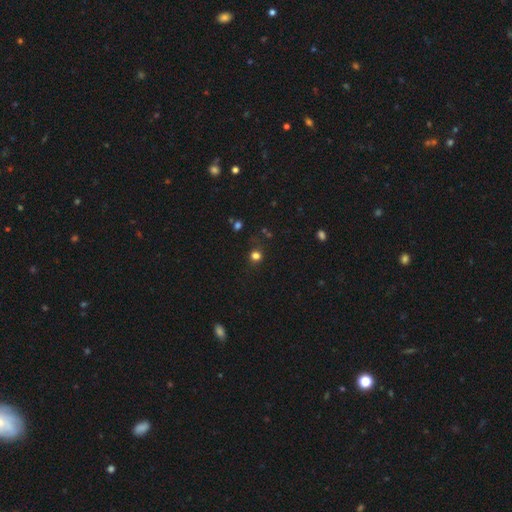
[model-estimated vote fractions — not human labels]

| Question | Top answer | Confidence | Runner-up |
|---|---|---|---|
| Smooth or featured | smooth | 73% | star or artifact (22%) |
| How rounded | round | 86% | in between (13%) |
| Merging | none | 80% | minor disturbance (12%) |